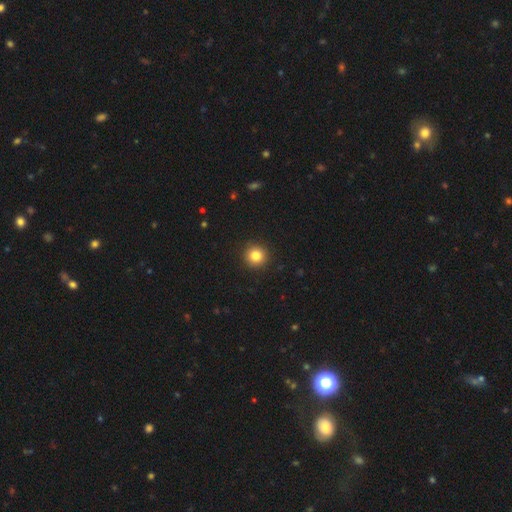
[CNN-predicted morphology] smooth-or-featured: smooth: 84% | star or artifact: 11% | featured or disk: 6%
  how-rounded: round: 95% | in between: 4% | cigar-shaped: 1%
  merging: none: 93% | minor disturbance: 5% | major disturbance: 2% | merger: 1%